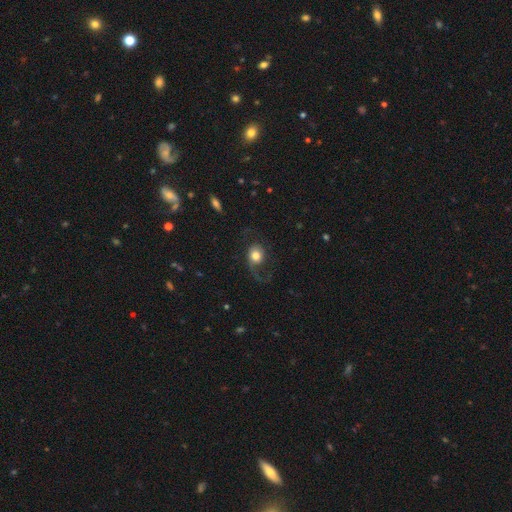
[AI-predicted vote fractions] A smooth galaxy with no disk features (54%) that is round (64%).

Vote fractions:
- Smooth or featured? smooth: 54% / featured or disk: 37% / star or artifact: 9%
- How rounded? round: 64% / in between: 35% / cigar-shaped: 1%
- Merging? none: 44% / major disturbance: 36% / minor disturbance: 17% / merger: 2%